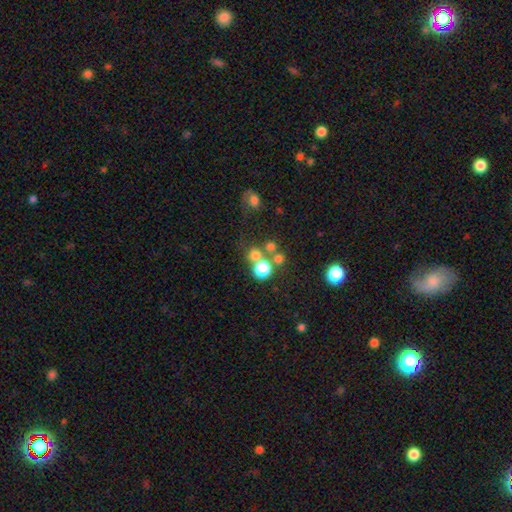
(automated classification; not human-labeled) Smooth or featured? Predicted: smooth (p=0.70). How rounded? Predicted: round (p=0.87). Merging? Predicted: none (p=0.53).